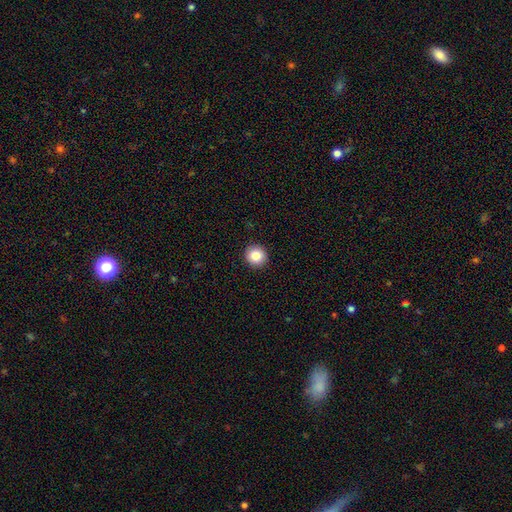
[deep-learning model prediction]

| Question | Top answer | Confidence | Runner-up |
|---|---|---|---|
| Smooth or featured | smooth | 86% | star or artifact (9%) |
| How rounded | round | 94% | in between (5%) |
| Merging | none | 93% | minor disturbance (4%) |